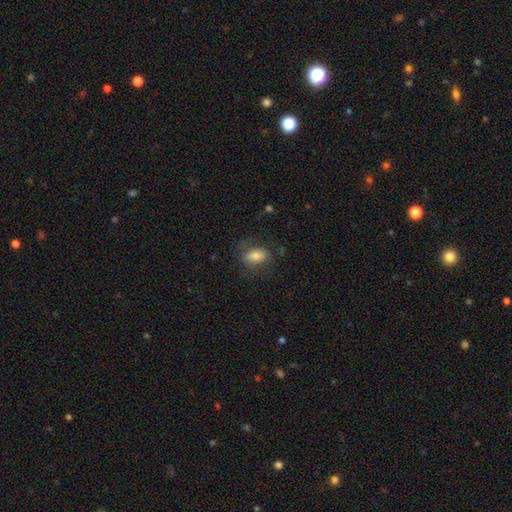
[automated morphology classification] Overall: smooth (70%). How rounded: in between (82%). Merging: none (66%).